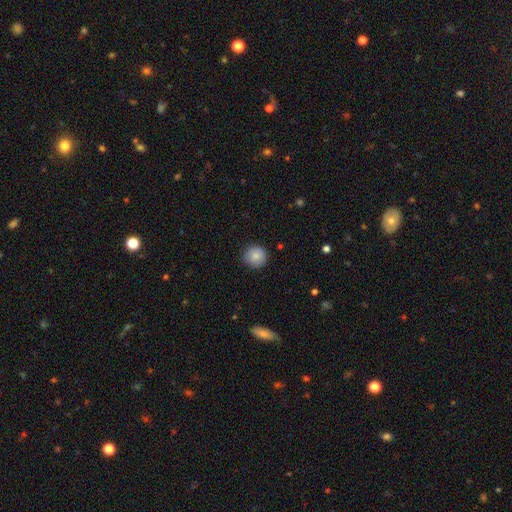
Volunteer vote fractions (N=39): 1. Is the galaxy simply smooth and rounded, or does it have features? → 92% smooth, 5% star or artifact, 3% featured or disk.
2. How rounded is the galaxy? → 94% round, 6% in between, 0% cigar-shaped.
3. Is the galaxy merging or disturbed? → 68% none, 16% major disturbance, 14% minor disturbance, 3% merger.